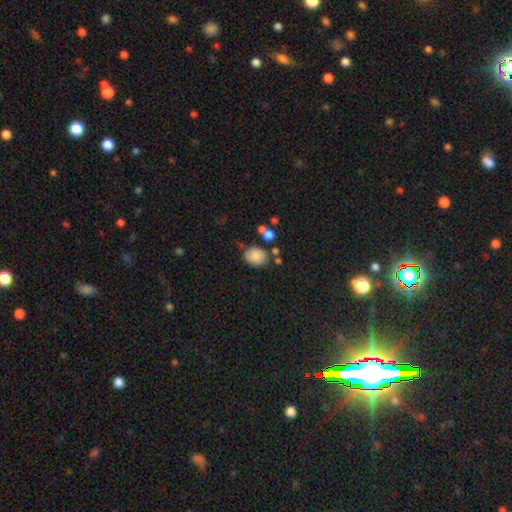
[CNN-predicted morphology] Overall: smooth (84%). How rounded: round (56%; in between 43%). Merging: none (65%).